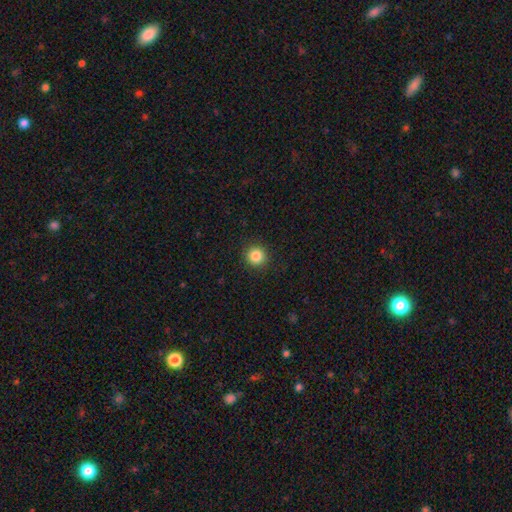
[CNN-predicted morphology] Smooth or featured?
  - smooth: 85% *
  - star or artifact: 11%
  - featured or disk: 4%
How rounded?
  - round: 94% *
  - in between: 5%
  - cigar-shaped: 1%
Merging?
  - none: 92% *
  - minor disturbance: 6%
  - major disturbance: 2%
  - merger: 1%